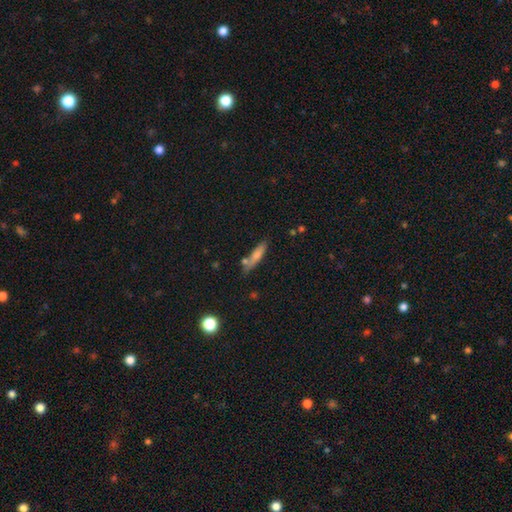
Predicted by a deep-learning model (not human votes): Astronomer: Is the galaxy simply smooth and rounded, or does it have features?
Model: smooth — 69%.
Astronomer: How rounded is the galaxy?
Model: cigar-shaped — 80%.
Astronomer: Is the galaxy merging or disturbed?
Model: none — 65%.